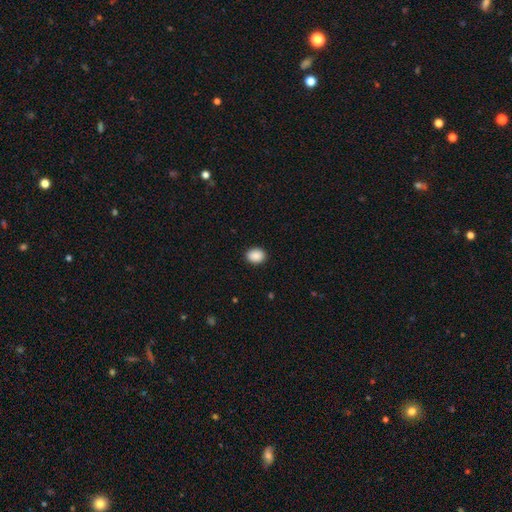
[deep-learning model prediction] This appears to be a smooth galaxy with no disk features (89%) that is in between round and cigar-shaped (59%). Merging: none (91%).